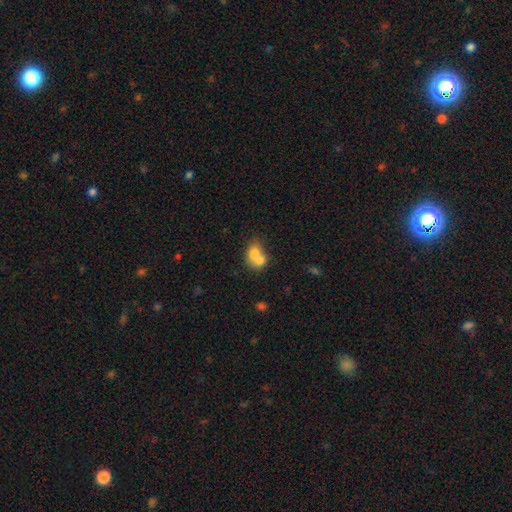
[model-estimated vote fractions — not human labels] Smooth or featured: smooth — 70% (featured or disk — 21%)
How rounded: in between — 53% (round — 46%)
Merging: merger — 70% (none — 20%)